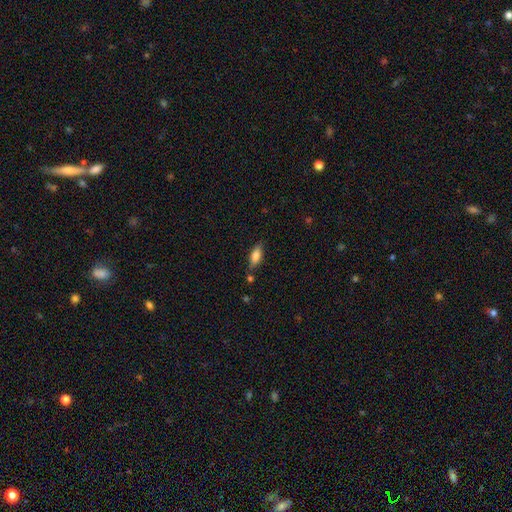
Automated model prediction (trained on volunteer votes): The model was most divided on "how rounded": in between: 73%, cigar-shaped: 24%, round: 3%. More confident: smooth or featured — smooth (79%); merging — none (74%).